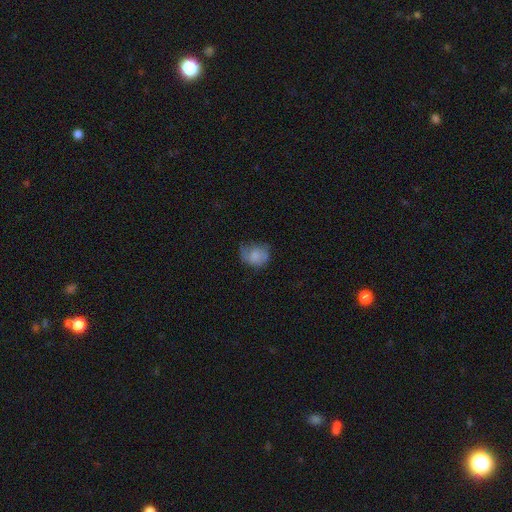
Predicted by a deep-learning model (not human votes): A smooth galaxy with no disk features (68%) that is round (51%).

Vote fractions:
- Smooth or featured? smooth: 68% / featured or disk: 23% / star or artifact: 9%
- How rounded? round: 51% / in between: 48% / cigar-shaped: 1%
- Merging? none: 43% / minor disturbance: 34% / major disturbance: 21% / merger: 2%